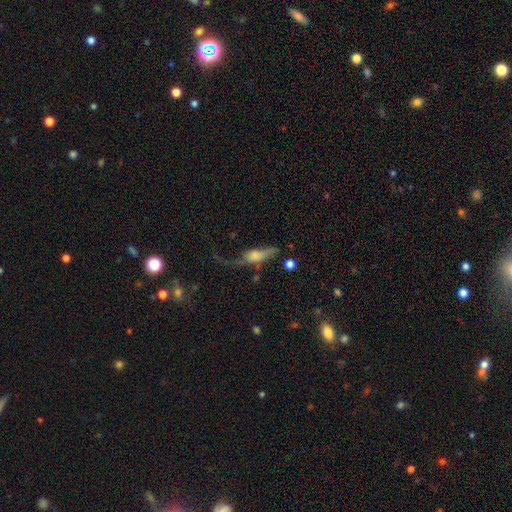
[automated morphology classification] A smooth galaxy with no disk features (52%) that is in between round and cigar-shaped (50%). Merging: major disturbance (41%).